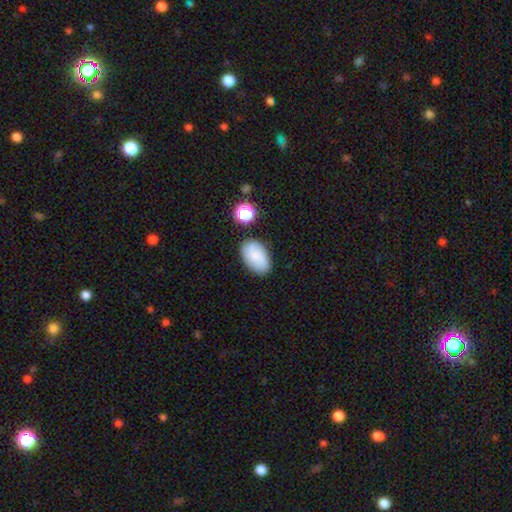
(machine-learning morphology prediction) This appears to be a smooth galaxy with no disk features (81%) that is in between round and cigar-shaped (92%). Merging: none (80%).